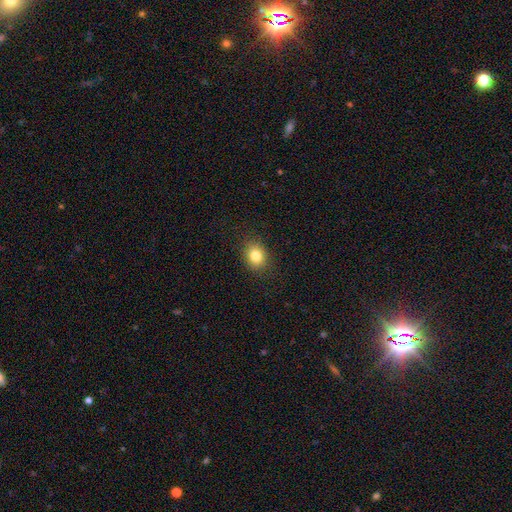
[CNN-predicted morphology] A smooth galaxy with no disk features (81%) that is round (54%). Merging: none (88%).